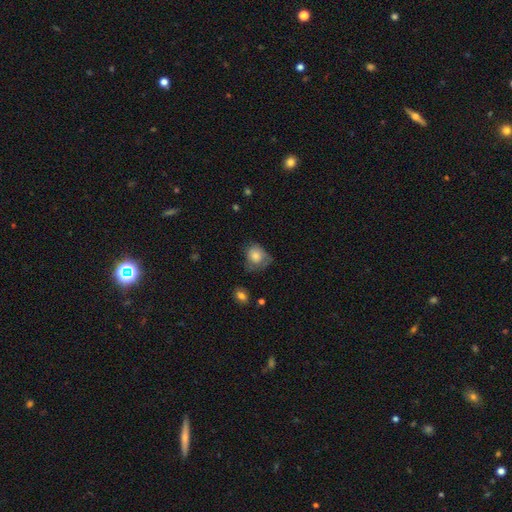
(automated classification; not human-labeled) This is likely a smooth galaxy (72%). How rounded: likely round (61%). Merging: marginally none (40%).